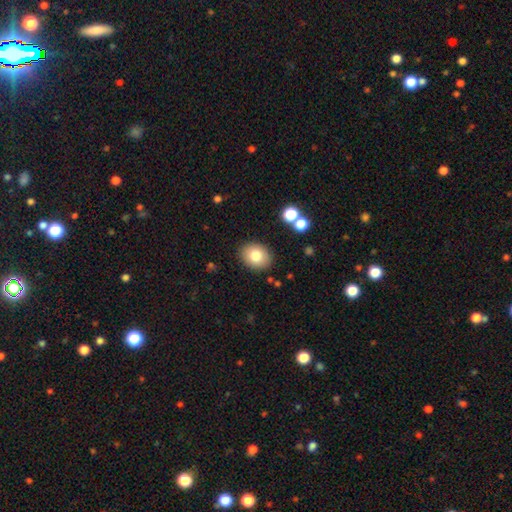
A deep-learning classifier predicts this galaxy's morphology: Smooth or featured?
  - smooth: 79% *
  - featured or disk: 12%
  - star or artifact: 9%
How rounded?
  - in between: 51% *
  - round: 48%
  - cigar-shaped: 1%
Merging?
  - none: 87% *
  - minor disturbance: 8%
  - major disturbance: 2%
  - merger: 2%